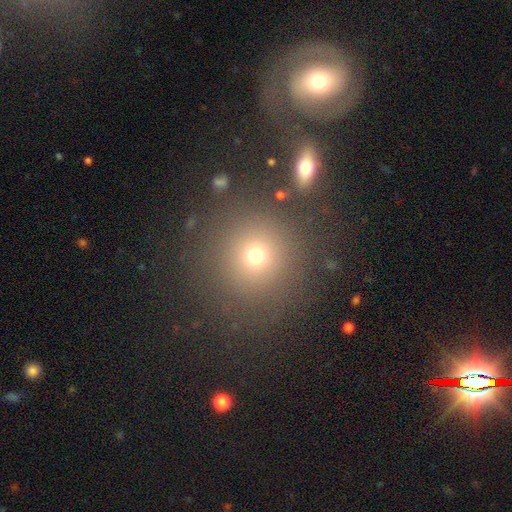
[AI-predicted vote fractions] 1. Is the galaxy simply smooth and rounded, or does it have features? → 69% smooth, 20% star or artifact, 11% featured or disk.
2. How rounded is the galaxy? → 92% round, 7% in between, 1% cigar-shaped.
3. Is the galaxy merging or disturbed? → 82% none, 8% minor disturbance, 5% merger, 4% major disturbance.